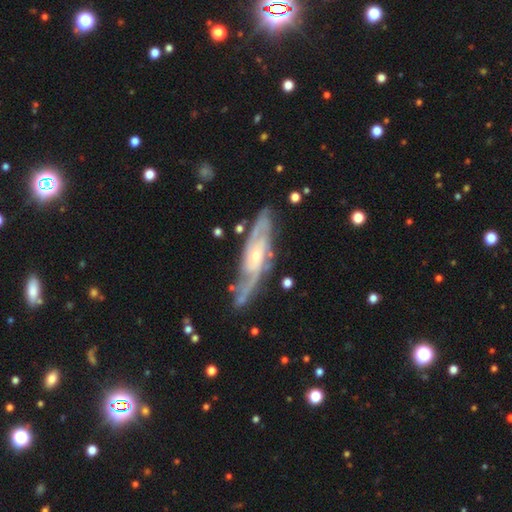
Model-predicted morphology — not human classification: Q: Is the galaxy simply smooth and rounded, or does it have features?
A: featured or disk — 87%.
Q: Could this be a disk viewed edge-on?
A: no — 78%.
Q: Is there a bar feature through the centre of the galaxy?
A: no — 59%.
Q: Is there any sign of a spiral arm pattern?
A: yes — 95%.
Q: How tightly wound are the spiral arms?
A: tight — 45%.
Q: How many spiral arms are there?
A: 2 — 50%.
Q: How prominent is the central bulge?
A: small — 62%.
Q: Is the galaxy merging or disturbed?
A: none — 74%.